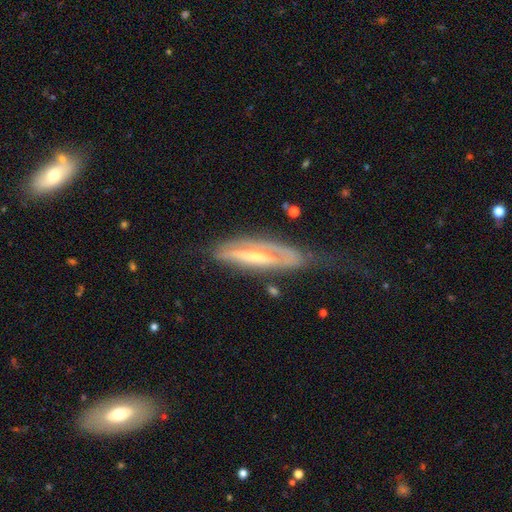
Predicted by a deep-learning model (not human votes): Smooth or featured? Predicted: featured or disk (p=0.73). Edge-on disk? Predicted: no (p=0.56). Merging? Predicted: none (p=0.46).